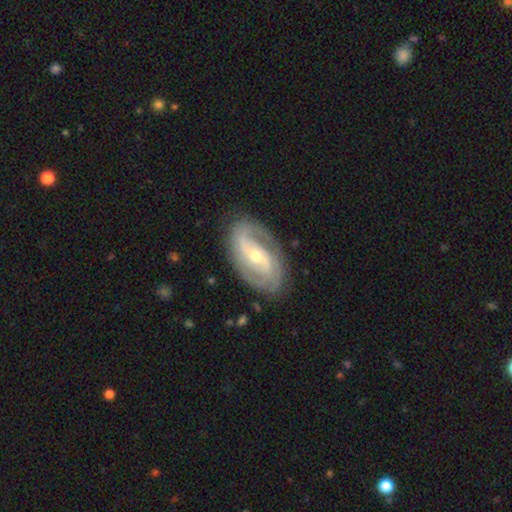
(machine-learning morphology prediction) smooth-or-featured: featured or disk: 87% | smooth: 8% | star or artifact: 5%
  disk-edge-on: no: 95% | yes: 5%
    bar: weak: 41% | no: 31% | strong: 28%
    has-spiral-arms: yes: 95% | no: 5%
      spiral-winding: tight: 43% | medium: 42% | loose: 15%
      spiral-arm-count: 2: 69% | can't tell: 12% | 3: 11% | 1: 3% | 4: 3% | more than 4: 2%
    bulge-size: moderate: 52% | small: 44% | large: 2% | none: 1% | dominant: 1%
  merging: none: 80% | minor disturbance: 14% | major disturbance: 4% | merger: 1%